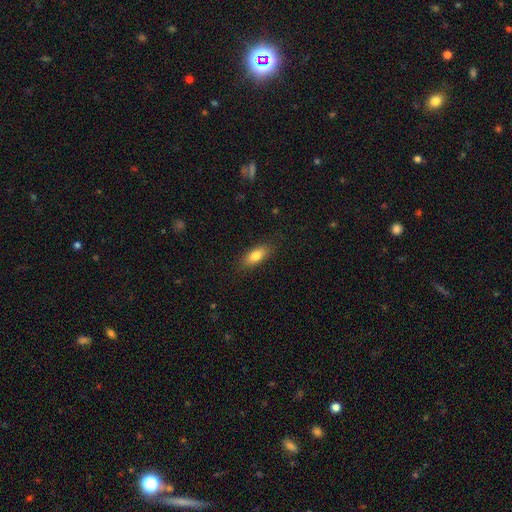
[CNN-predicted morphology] Q: Smooth or featured?
A: smooth (81%); runner-up: featured or disk (12%)
Q: How rounded?
A: in between (80%); runner-up: cigar-shaped (17%)
Q: Merging?
A: none (85%); runner-up: minor disturbance (11%)